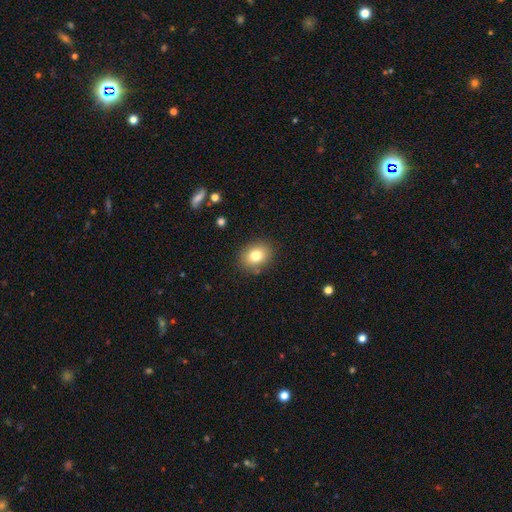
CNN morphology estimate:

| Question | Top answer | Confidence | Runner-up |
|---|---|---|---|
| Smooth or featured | smooth | 80% | featured or disk (10%) |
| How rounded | in between | 52% | round (47%) |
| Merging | none | 85% | minor disturbance (10%) |